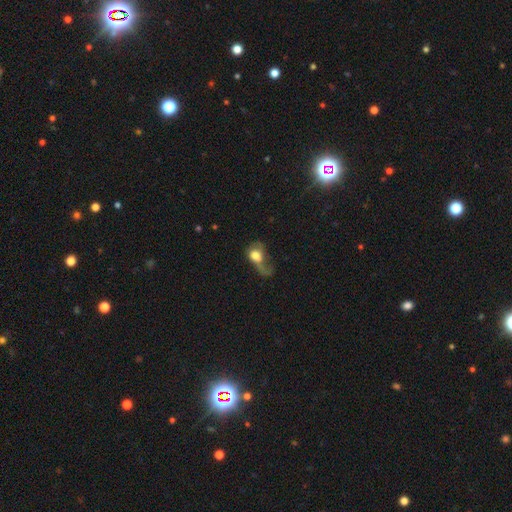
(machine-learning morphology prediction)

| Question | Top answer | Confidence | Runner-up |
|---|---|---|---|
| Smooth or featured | smooth | 57% | featured or disk (34%) |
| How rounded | in between | 51% | round (47%) |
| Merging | major disturbance | 62% | none (15%) |